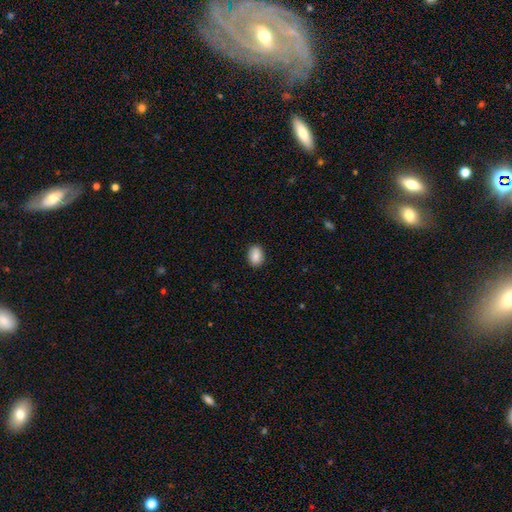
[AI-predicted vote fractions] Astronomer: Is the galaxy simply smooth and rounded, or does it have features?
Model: smooth — 86%.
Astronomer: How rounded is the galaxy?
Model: in between — 76%.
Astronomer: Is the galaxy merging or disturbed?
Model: none — 88%.